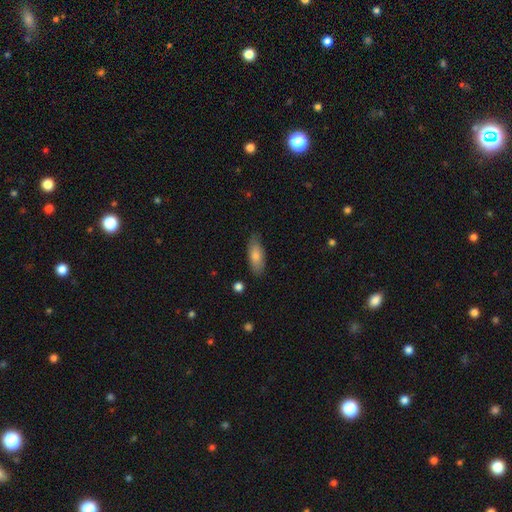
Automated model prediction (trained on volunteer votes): The model was most divided on "how rounded": in between: 79%, cigar-shaped: 19%, round: 2%. More confident: smooth or featured — smooth (80%); merging — none (80%).